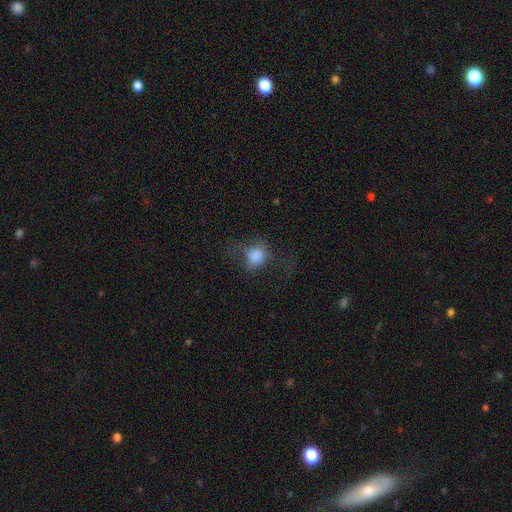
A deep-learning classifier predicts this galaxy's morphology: smooth 75%, featured or disk 14%, star or artifact 11%. Down the decision tree: how rounded — in between (50%); merging — major disturbance (40%).